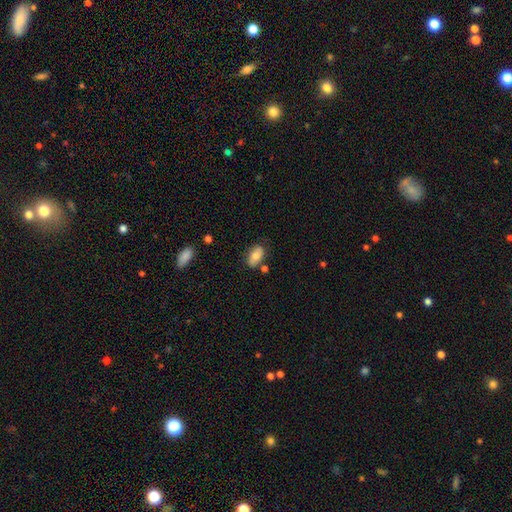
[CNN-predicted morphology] Smooth or featured: smooth — 72% (featured or disk — 21%)
How rounded: in between — 92% (round — 6%)
Merging: none — 70% (minor disturbance — 19%)